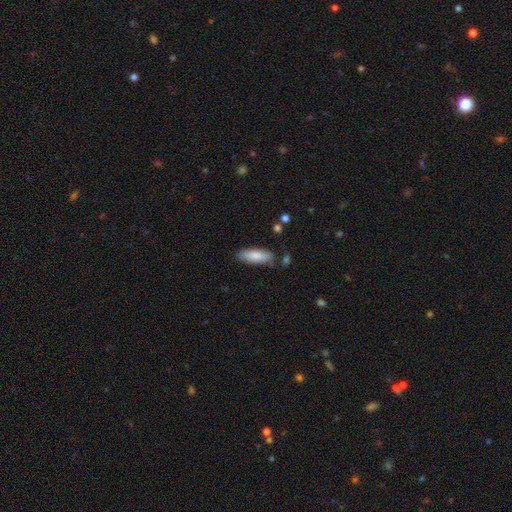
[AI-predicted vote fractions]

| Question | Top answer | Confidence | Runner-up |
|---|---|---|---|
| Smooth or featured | smooth | 83% | featured or disk (11%) |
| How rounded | in between | 70% | cigar-shaped (29%) |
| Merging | none | 77% | minor disturbance (16%) |